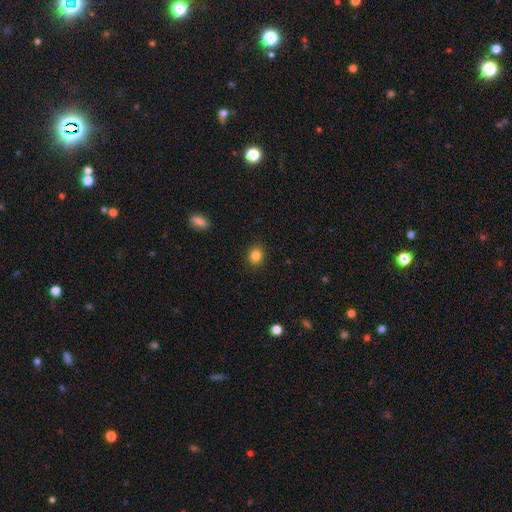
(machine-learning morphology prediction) A smooth galaxy with no disk features (85%) that is round (65%).

Vote fractions:
- Smooth or featured? smooth: 85% / star or artifact: 11% / featured or disk: 5%
- How rounded? round: 65% / in between: 34% / cigar-shaped: 1%
- Merging? none: 89% / minor disturbance: 8% / major disturbance: 2% / merger: 1%